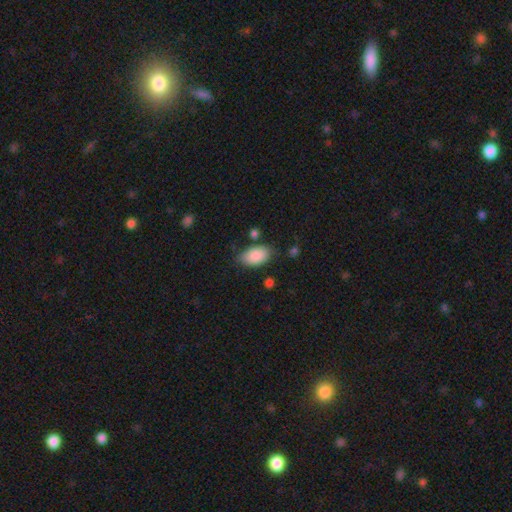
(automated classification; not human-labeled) smooth_or_featured: smooth (p=0.88) [alt: star or artifact p=0.07]
how_rounded: in between (p=0.93) [alt: round p=0.05]
merging: none (p=0.74) [alt: minor disturbance p=0.18]